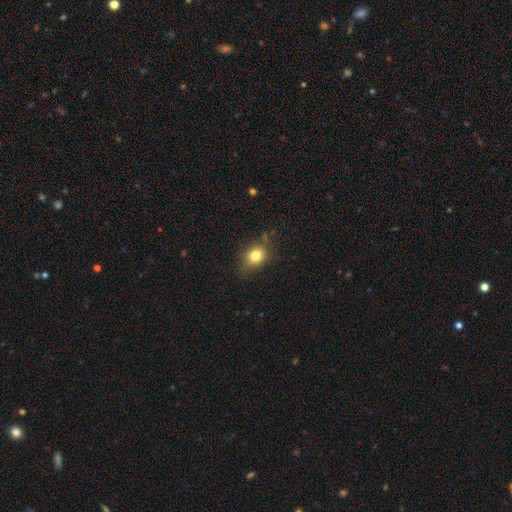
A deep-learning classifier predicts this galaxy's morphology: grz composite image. It shows a smooth galaxy with no disk features (81%) that is round (50%). Merging: none (74%).